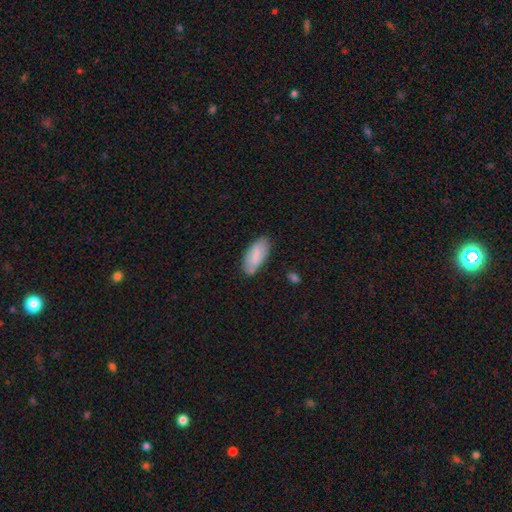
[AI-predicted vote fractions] This appears to be a smooth galaxy with no disk features (82%) that is in between round and cigar-shaped (88%). Merging: none (74%).